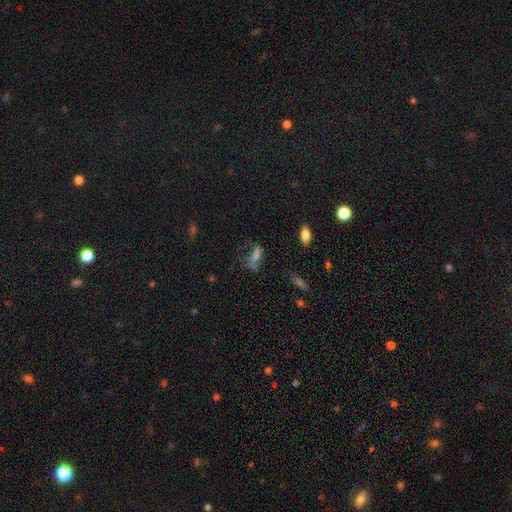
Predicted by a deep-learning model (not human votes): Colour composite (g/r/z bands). It shows a smooth galaxy with no disk features (39%). Merging: none (47%).